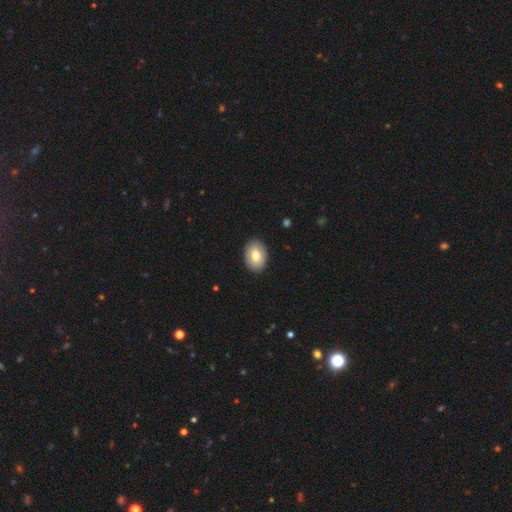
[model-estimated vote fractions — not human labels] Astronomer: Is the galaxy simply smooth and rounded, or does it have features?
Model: smooth — 74%.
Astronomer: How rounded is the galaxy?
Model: in between — 81%.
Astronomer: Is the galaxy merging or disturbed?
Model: none — 89%.